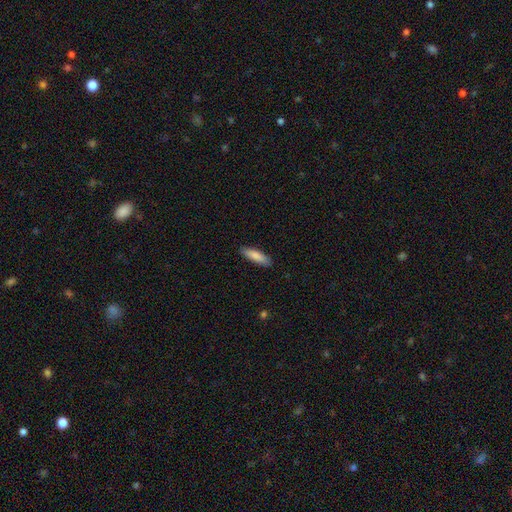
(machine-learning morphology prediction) type=smooth (84%); roundness=cigar-shaped (68%); merging=none (88%).